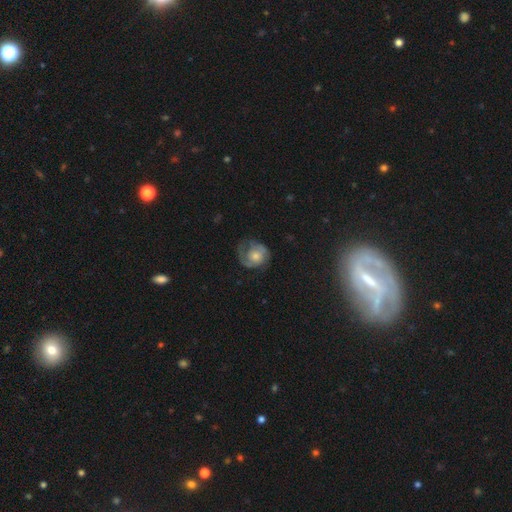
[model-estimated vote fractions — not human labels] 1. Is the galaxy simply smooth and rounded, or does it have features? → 55% featured or disk, 37% smooth, 8% star or artifact.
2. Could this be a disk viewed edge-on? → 97% no, 3% yes.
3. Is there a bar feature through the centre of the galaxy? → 80% no, 17% weak, 3% strong.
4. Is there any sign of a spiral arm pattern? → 78% yes, 22% no.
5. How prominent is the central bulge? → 49% moderate, 30% small, 14% large, 5% none, 2% dominant.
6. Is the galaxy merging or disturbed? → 52% none, 24% minor disturbance, 22% major disturbance, 1% merger.